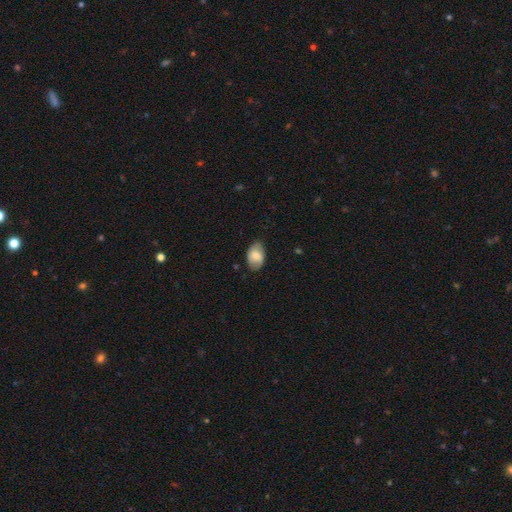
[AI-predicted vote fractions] This appears to be a smooth galaxy with no disk features (76%) that is in between round and cigar-shaped (89%). Merging: none (78%).